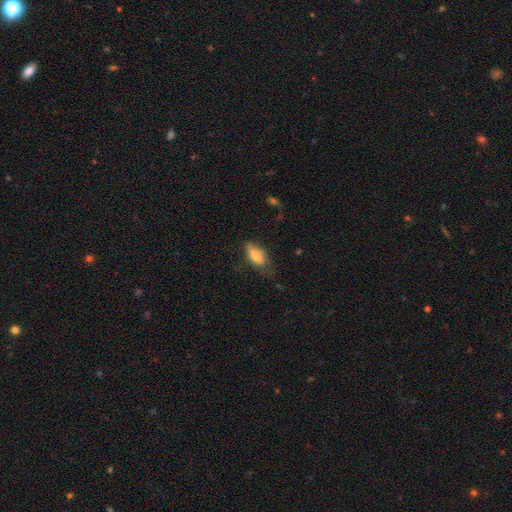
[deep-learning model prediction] This is likely a smooth galaxy (76%). How rounded: clearly in between (86%). Merging: possibly none (49%).